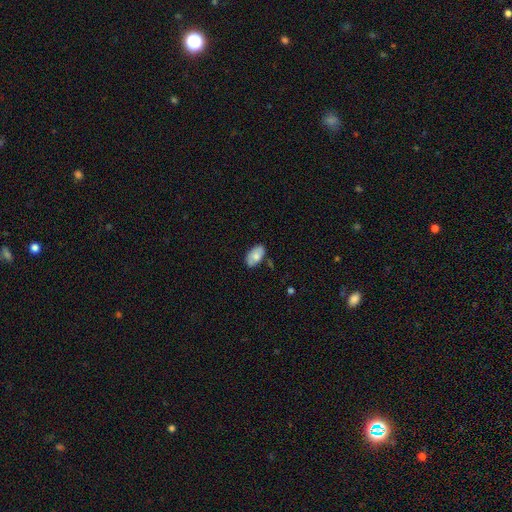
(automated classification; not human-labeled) Overall: smooth (74%). How rounded: in between (94%). Merging: none (78%).